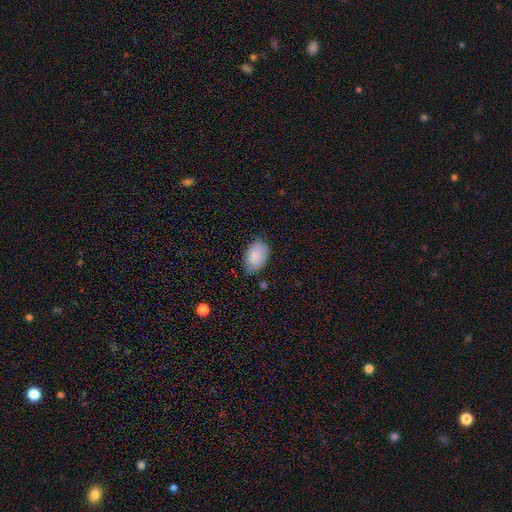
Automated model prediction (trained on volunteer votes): A smooth galaxy with no disk features (87%) that is in between round and cigar-shaped (91%).

Vote fractions:
- Smooth or featured? smooth: 87% / featured or disk: 7% / star or artifact: 6%
- How rounded? in between: 91% / round: 8% / cigar-shaped: 1%
- Merging? none: 70% / minor disturbance: 24% / major disturbance: 4% / merger: 2%